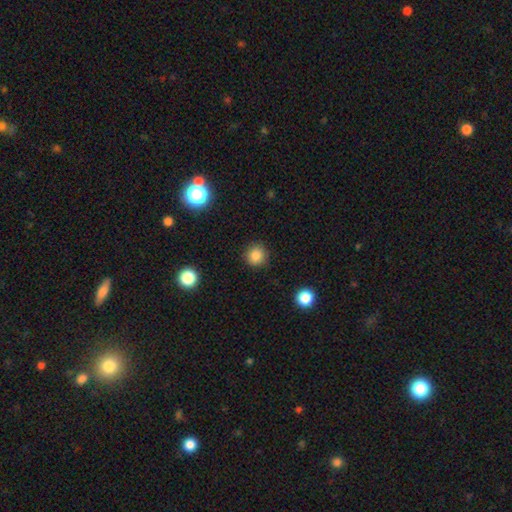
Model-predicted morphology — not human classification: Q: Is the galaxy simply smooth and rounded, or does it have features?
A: smooth — 84%.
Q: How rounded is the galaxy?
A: round — 92%.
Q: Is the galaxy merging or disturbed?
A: none — 89%.